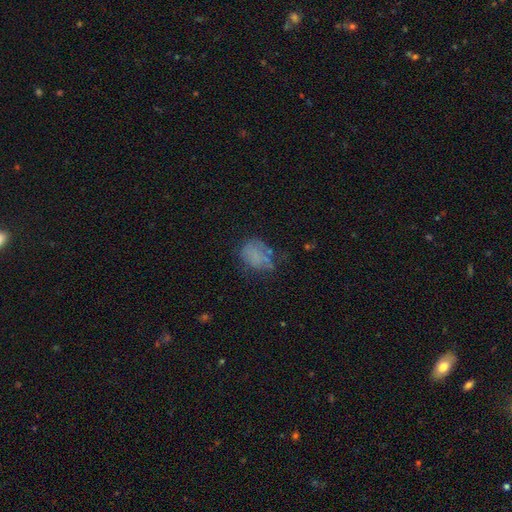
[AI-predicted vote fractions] smooth-or-featured: smooth: 59% | featured or disk: 25% | star or artifact: 17%
  how-rounded: in between: 65% | round: 34% | cigar-shaped: 1%
  merging: none: 45% | minor disturbance: 27% | major disturbance: 23% | merger: 5%